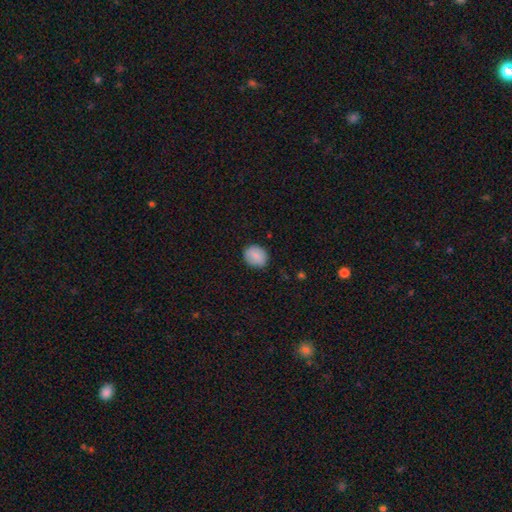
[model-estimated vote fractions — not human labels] Q: Smooth or featured?
A: smooth (82%); runner-up: featured or disk (11%)
Q: How rounded?
A: round (63%); runner-up: in between (36%)
Q: Merging?
A: none (82%); runner-up: minor disturbance (14%)